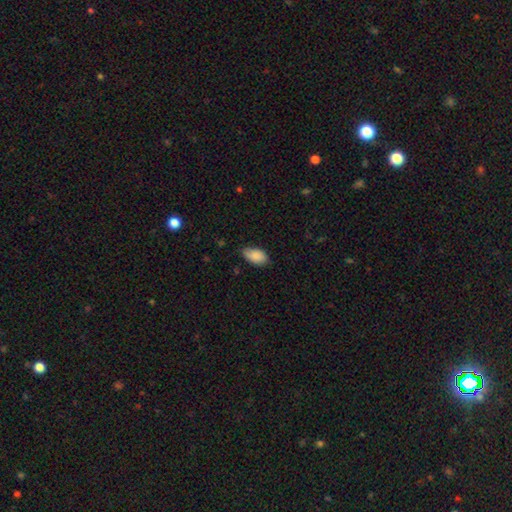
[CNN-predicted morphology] A smooth galaxy with no disk features (88%) that is in between round and cigar-shaped (94%). Merging: none (68%).